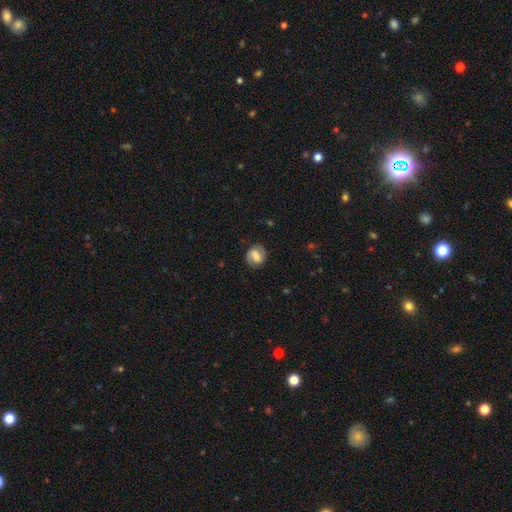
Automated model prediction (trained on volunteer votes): Smooth or featured? Predicted: featured or disk (p=0.51). Edge-on disk? Predicted: no (p=0.97). Merging? Predicted: none (p=0.77).